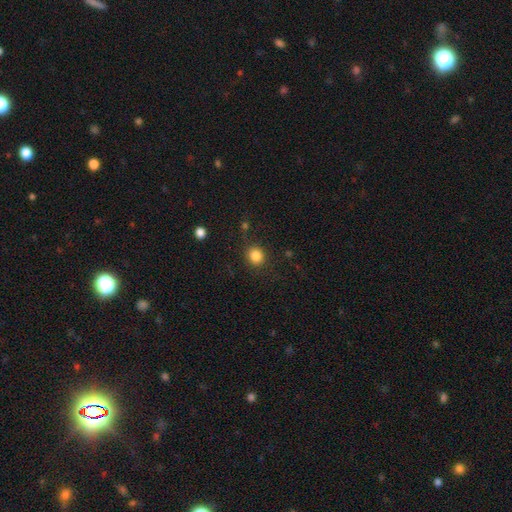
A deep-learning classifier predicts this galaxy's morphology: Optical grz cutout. It shows a smooth galaxy with no disk features (85%) that is round (84%). Merging: none (85%).